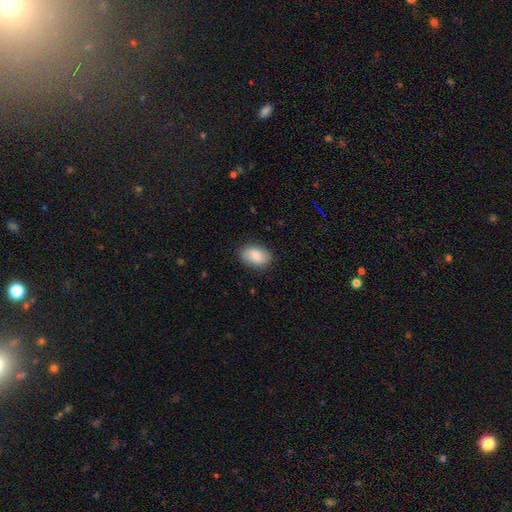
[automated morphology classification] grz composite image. It shows a smooth galaxy with no disk features (84%) that is in between round and cigar-shaped (88%). Merging: none (84%).